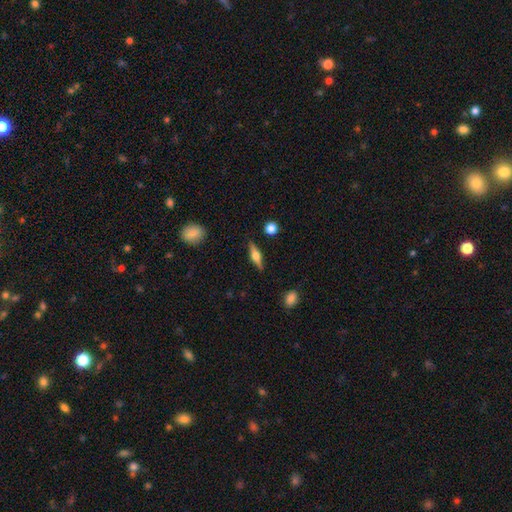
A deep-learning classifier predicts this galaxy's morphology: This appears to be a featured or disk galaxy (67%) viewed edge-on (96%) with a rounded central bulge (92%). Merging: none (88%).